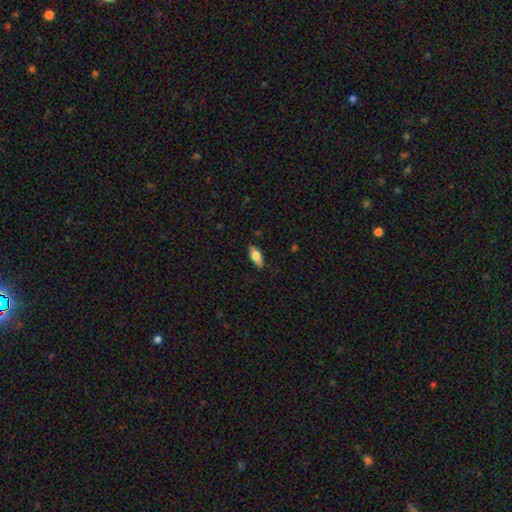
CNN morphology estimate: This is likely a smooth galaxy (74%). How rounded: likely in between (79%). Merging: clearly none (84%).